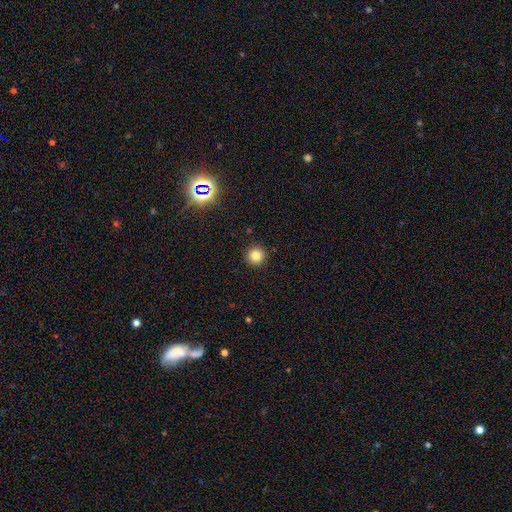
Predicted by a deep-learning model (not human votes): Smooth or featured? smooth (80%)
How rounded? round (96%)
Merging? none (92%)